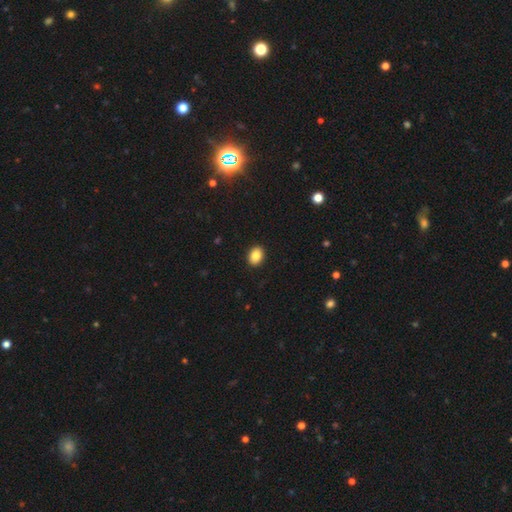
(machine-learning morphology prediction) smooth 87%, star or artifact 8%, featured or disk 5%. Down the decision tree: how rounded — in between (68%); merging — none (92%).